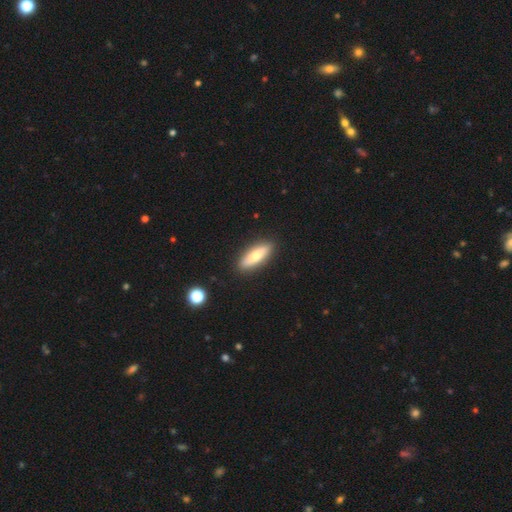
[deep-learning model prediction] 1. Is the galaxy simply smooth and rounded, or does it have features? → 69% smooth, 25% featured or disk, 6% star or artifact.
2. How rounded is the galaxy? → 51% cigar-shaped, 47% in between, 2% round.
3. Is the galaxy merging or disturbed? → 89% none, 8% minor disturbance, 2% major disturbance, 1% merger.